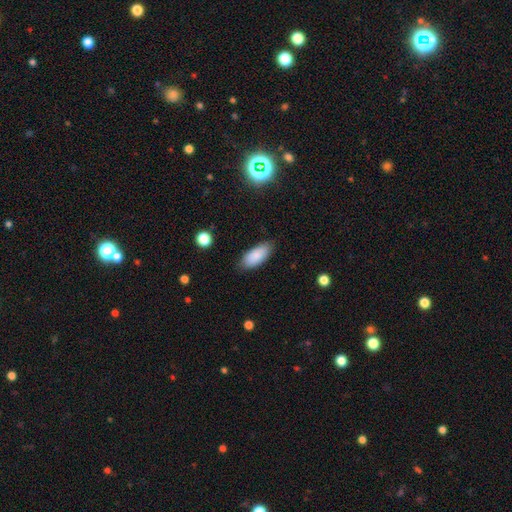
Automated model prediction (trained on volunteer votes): Smooth or featured? smooth (87%)
How rounded? in between (86%)
Merging? none (82%)